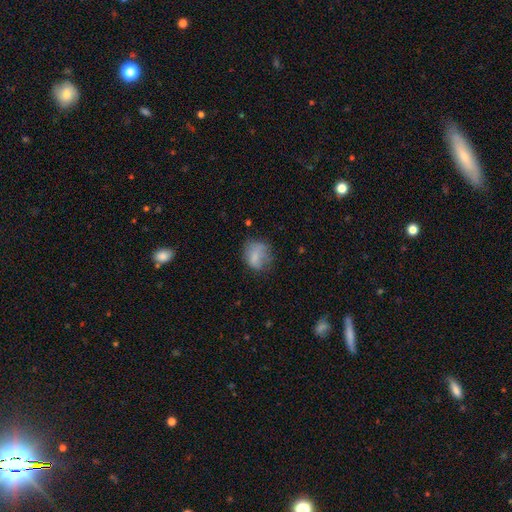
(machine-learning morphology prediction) Q: Smooth or featured?
A: smooth (71%); runner-up: featured or disk (18%)
Q: How rounded?
A: round (50%); runner-up: in between (49%)
Q: Merging?
A: none (49%); runner-up: minor disturbance (30%)